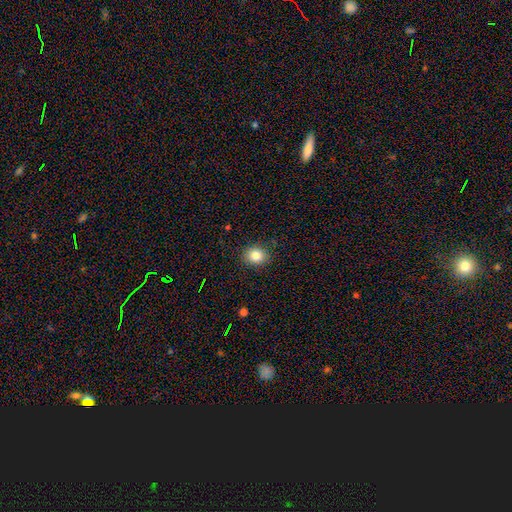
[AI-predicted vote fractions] Smooth or featured? smooth (83%)
How rounded? round (65%)
Merging? none (89%)